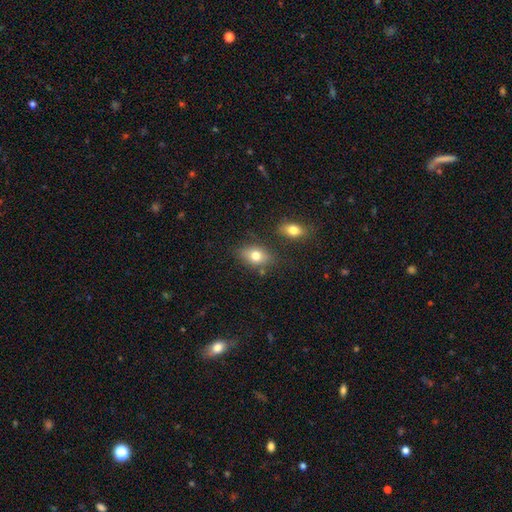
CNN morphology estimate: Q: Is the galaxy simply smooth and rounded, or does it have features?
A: smooth — 78%.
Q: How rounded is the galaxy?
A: in between — 76%.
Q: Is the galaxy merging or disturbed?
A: none — 73%.